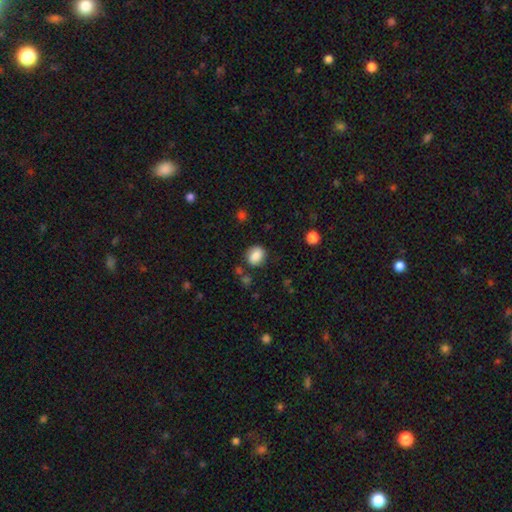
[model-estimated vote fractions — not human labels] smooth-or-featured: smooth: 85% | star or artifact: 9% | featured or disk: 6%
  how-rounded: round: 55% | in between: 44% | cigar-shaped: 1%
  merging: none: 76% | minor disturbance: 15% | major disturbance: 5% | merger: 4%